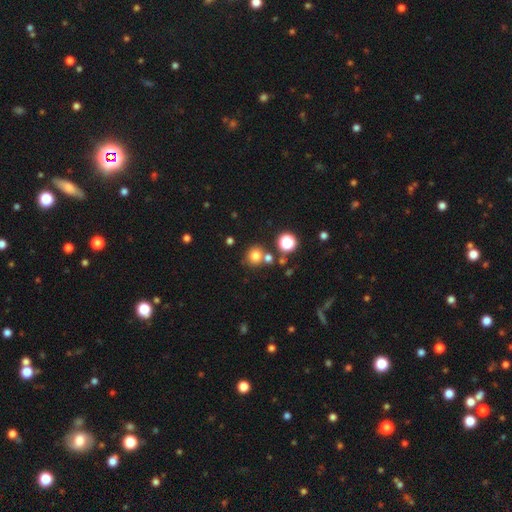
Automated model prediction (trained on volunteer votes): Q: Smooth or featured?
A: smooth (75%); runner-up: star or artifact (17%)
Q: How rounded?
A: round (89%); runner-up: in between (10%)
Q: Merging?
A: none (70%); runner-up: merger (18%)